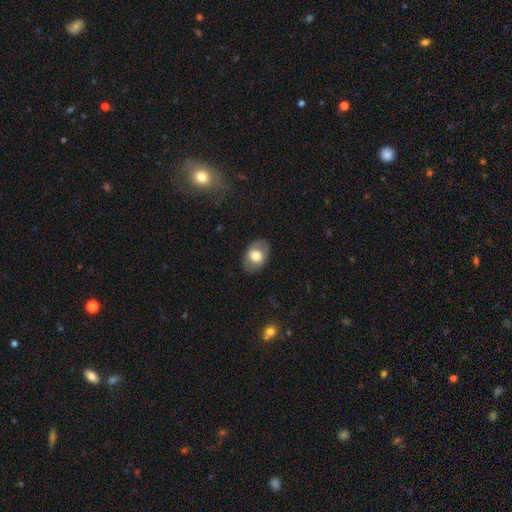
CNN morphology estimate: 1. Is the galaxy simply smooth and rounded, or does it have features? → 65% smooth, 28% featured or disk, 7% star or artifact.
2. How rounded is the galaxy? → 79% in between, 20% round, 1% cigar-shaped.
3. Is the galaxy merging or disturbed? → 81% none, 13% minor disturbance, 4% major disturbance, 1% merger.